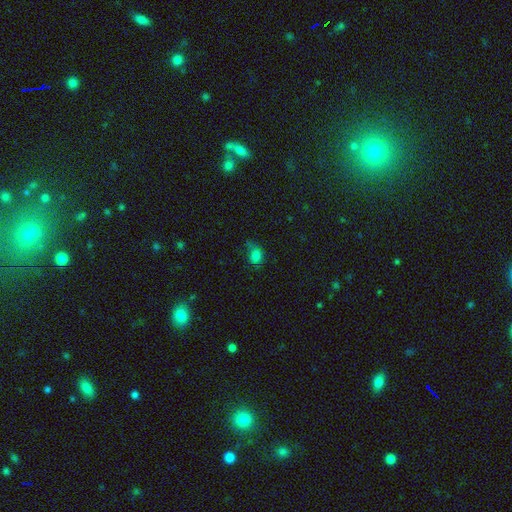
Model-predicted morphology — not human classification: Smooth or featured: smooth — 79% (star or artifact — 15%)
How rounded: in between — 60% (round — 39%)
Merging: none — 49% (minor disturbance — 32%)